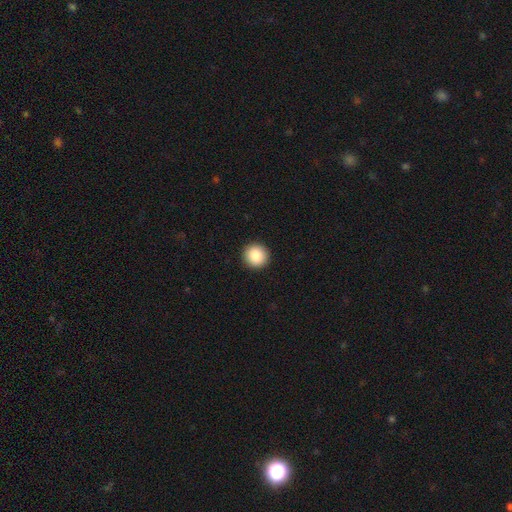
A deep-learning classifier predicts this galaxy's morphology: A smooth galaxy with no disk features (86%) that is round (94%).

Vote fractions:
- Smooth or featured? smooth: 86% / star or artifact: 8% / featured or disk: 5%
- How rounded? round: 94% / in between: 5% / cigar-shaped: 1%
- Merging? none: 93% / minor disturbance: 4% / major disturbance: 1% / merger: 1%